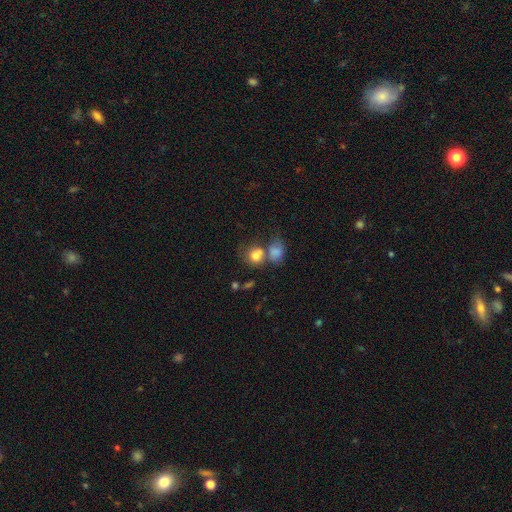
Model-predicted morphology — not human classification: This is likely a smooth galaxy (78%). How rounded: likely round (74%). Merging: marginally merger (43%).